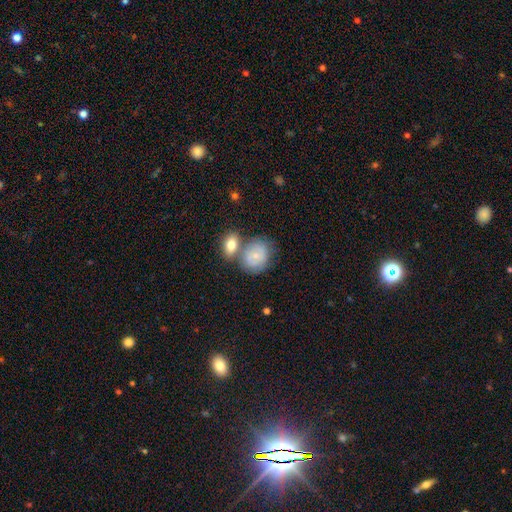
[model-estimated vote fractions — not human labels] Smooth or featured? smooth (68%)
How rounded? round (60%)
Merging? none (42%)